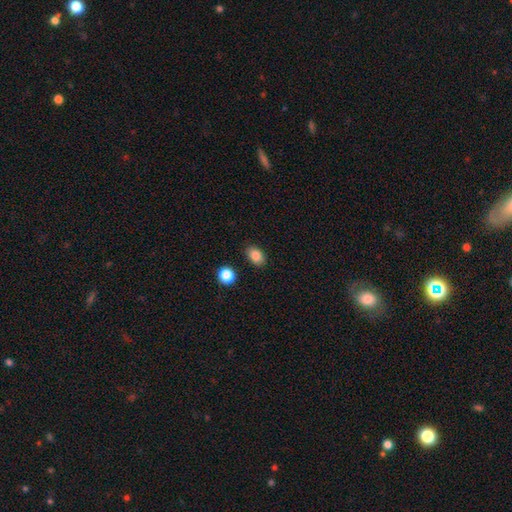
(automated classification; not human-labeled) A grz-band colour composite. It shows a smooth galaxy with no disk features (86%) that is in between round and cigar-shaped (79%). Merging: none (86%).